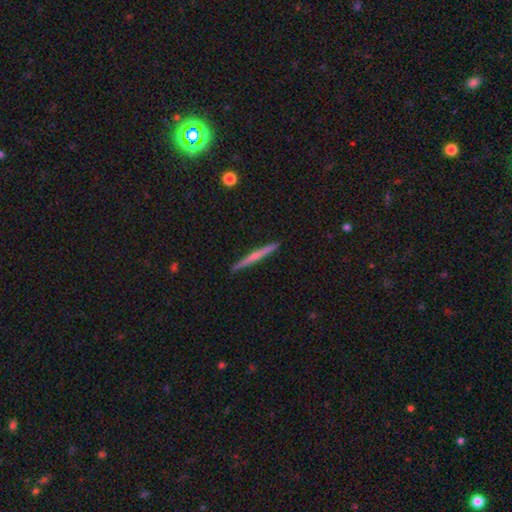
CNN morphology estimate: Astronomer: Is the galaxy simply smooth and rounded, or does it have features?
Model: featured or disk — 58% (runner-up: smooth, 36%).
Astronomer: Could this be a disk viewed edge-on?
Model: yes — 98%.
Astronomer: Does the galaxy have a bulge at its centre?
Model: rounded — 51% (runner-up: none, 42%).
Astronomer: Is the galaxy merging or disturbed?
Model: none — 92%.